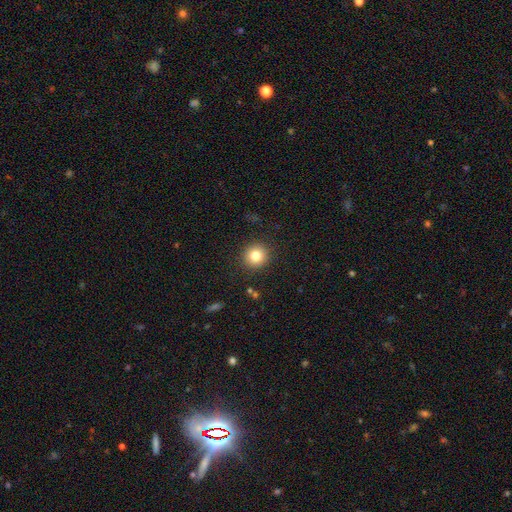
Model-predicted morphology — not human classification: Q: Smooth or featured?
A: smooth (81%); runner-up: star or artifact (11%)
Q: How rounded?
A: round (92%); runner-up: in between (7%)
Q: Merging?
A: none (90%); runner-up: minor disturbance (6%)